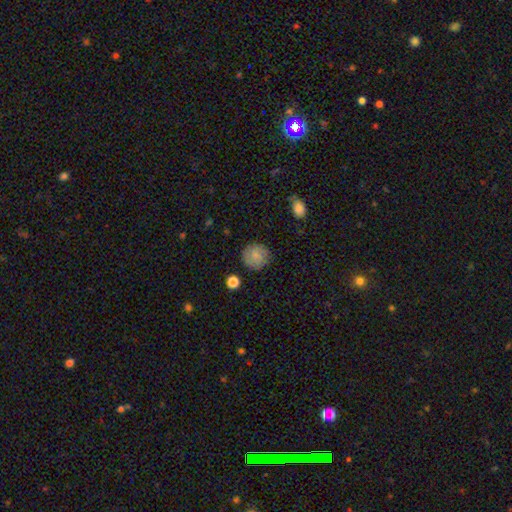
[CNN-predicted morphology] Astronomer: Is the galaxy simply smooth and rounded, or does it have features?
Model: smooth — 80%.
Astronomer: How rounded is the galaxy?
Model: round — 91%.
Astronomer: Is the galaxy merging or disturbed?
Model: none — 84%.